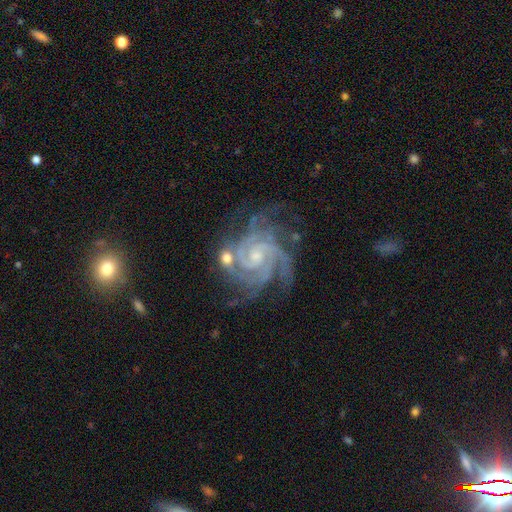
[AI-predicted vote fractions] Smooth or featured?
  - featured or disk: 92% *
  - star or artifact: 5%
  - smooth: 3%
Edge-on disk?
  - no: 98% *
  - yes: 2%
Bar?
  - no: 60% *
  - weak: 31%
  - strong: 9%
Spiral arms?
  - yes: 99% *
  - no: 1%
Spiral winding?
  - tight: 69% *
  - medium: 28%
  - loose: 3%
Spiral arm count?
  - 4: 34% *
  - 3: 31%
  - 2: 12%
  - can't tell: 10%
  - more than 4: 7%
  - 1: 6%
Bulge size?
  - small: 66% *
  - moderate: 27%
  - none: 4%
  - large: 1%
  - dominant: 1%
Merging?
  - none: 63% *
  - minor disturbance: 20%
  - major disturbance: 11%
  - merger: 7%